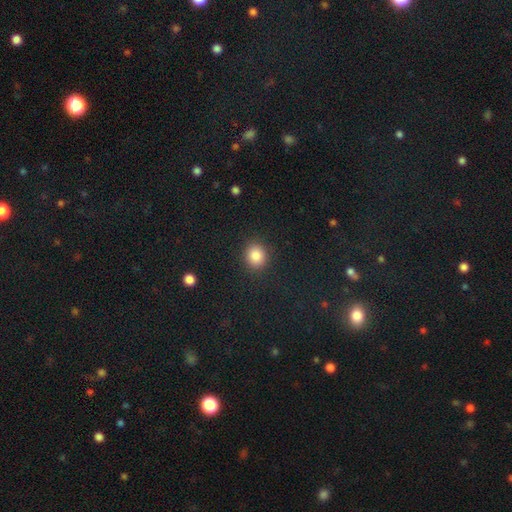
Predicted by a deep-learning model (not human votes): Overall: smooth (86%). How rounded: round (81%). Merging: none (89%).